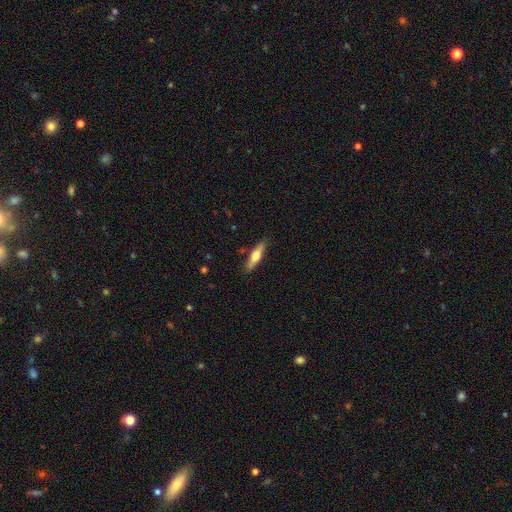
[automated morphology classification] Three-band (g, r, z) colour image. It shows a smooth galaxy with no disk features (51%) that is cigar-shaped (72%). Merging: none (85%).